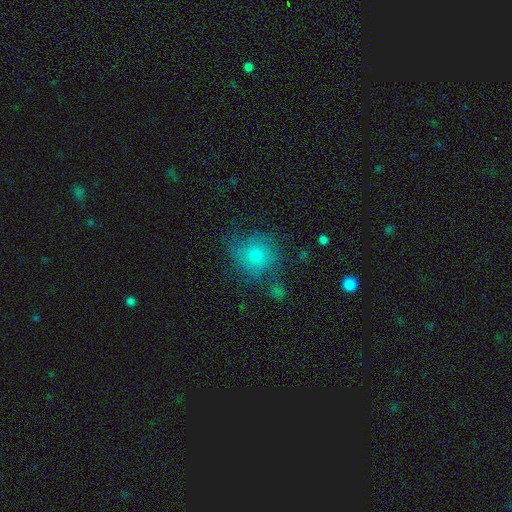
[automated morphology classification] This appears to be a smooth galaxy with no disk features (62%) that is round (86%). Merging: none (60%).